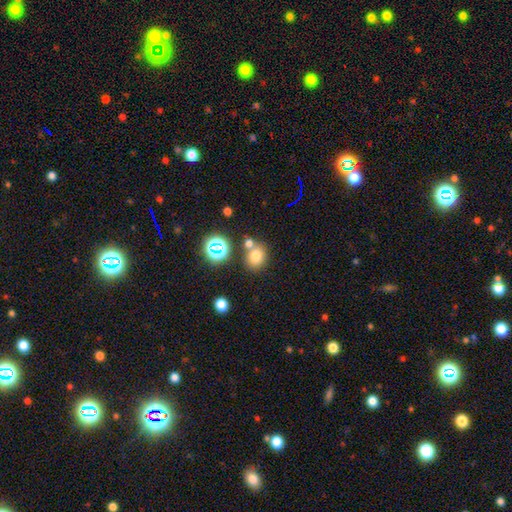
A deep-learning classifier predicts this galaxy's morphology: A smooth galaxy with no disk features (73%) that is round (63%).

Vote fractions:
- Smooth or featured? smooth: 73% / star or artifact: 18% / featured or disk: 9%
- How rounded? round: 63% / in between: 36% / cigar-shaped: 1%
- Merging? none: 63% / merger: 23% / minor disturbance: 10% / major disturbance: 4%